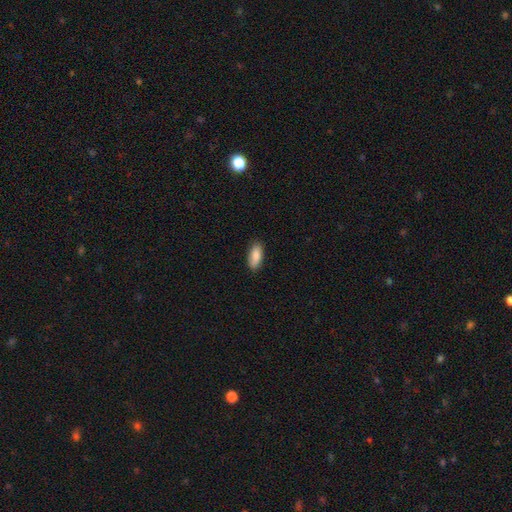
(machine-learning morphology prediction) This is clearly a smooth galaxy (87%). How rounded: likely in between (80%). Merging: clearly none (87%).